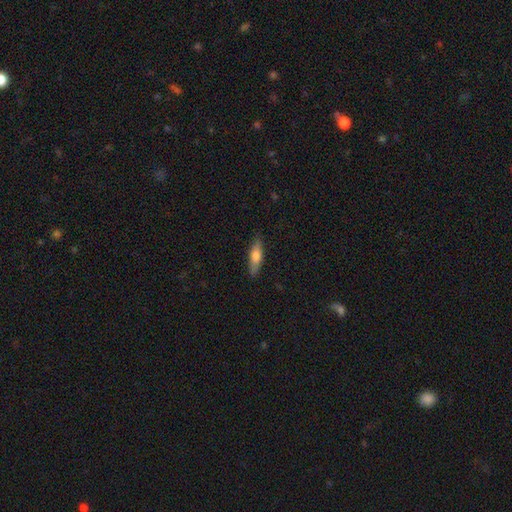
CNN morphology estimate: type=smooth (61%); roundness=cigar-shaped (62%); merging=none (86%).